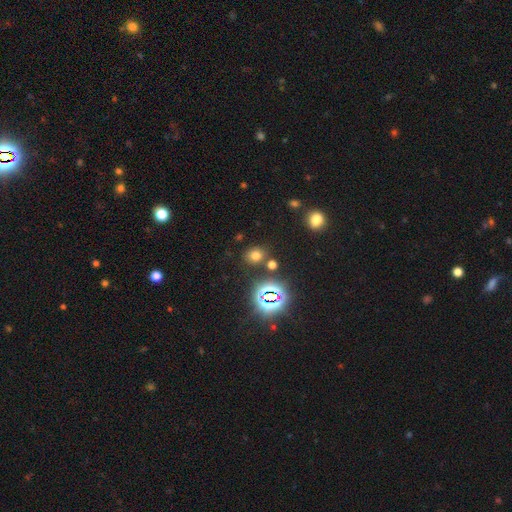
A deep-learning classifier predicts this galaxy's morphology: Smooth or featured: smooth — 66% (star or artifact — 27%)
How rounded: round — 66% (in between — 32%)
Merging: none — 80% (minor disturbance — 9%)